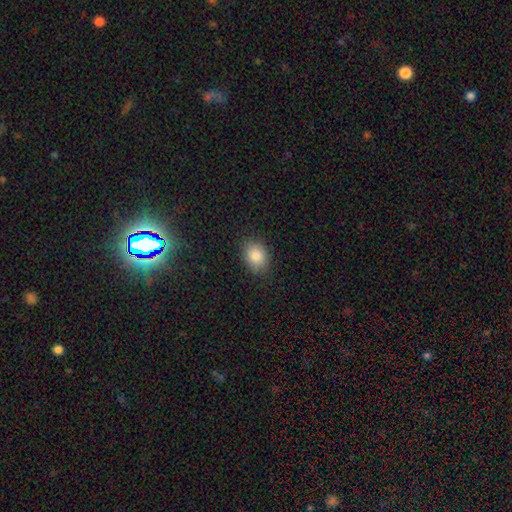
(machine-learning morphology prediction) smooth-or-featured: smooth: 86% | star or artifact: 9% | featured or disk: 5%
  how-rounded: in between: 54% | round: 45% | cigar-shaped: 1%
  merging: none: 85% | minor disturbance: 11% | major disturbance: 3% | merger: 1%